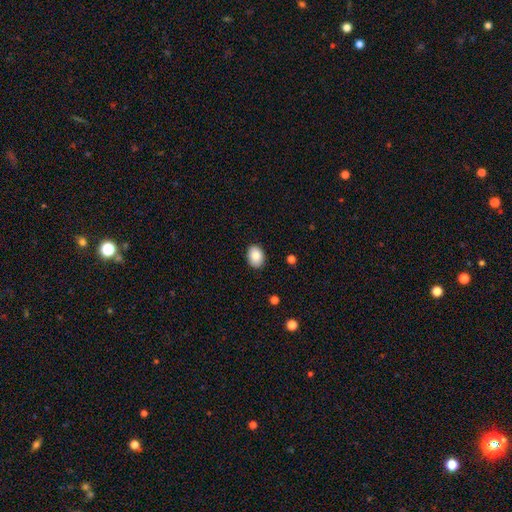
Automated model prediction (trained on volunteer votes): Overall: smooth (86%). How rounded: in between (72%). Merging: none (88%).